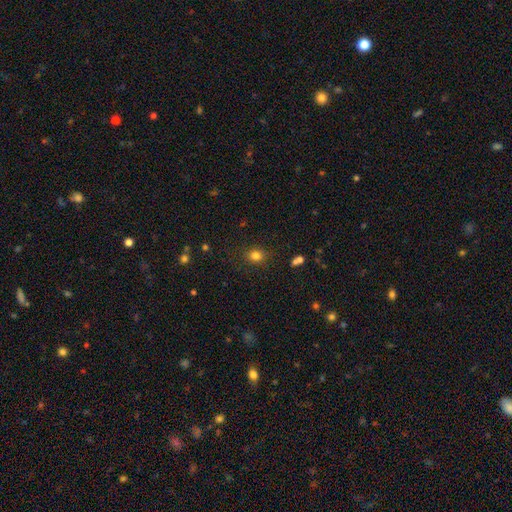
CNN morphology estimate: Smooth or featured?
  - smooth: 81% *
  - star or artifact: 13%
  - featured or disk: 5%
How rounded?
  - round: 63% *
  - in between: 36%
  - cigar-shaped: 1%
Merging?
  - none: 84% *
  - minor disturbance: 11%
  - major disturbance: 3%
  - merger: 2%